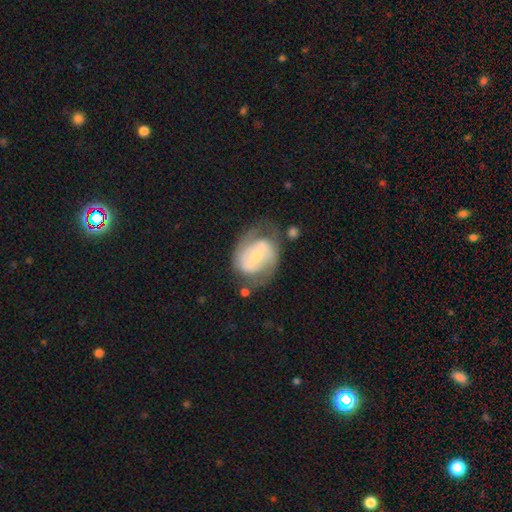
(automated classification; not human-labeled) Smooth or featured? featured or disk (74%)
Edge-on disk? no (97%)
Bar? weak (42%)
Spiral arms? yes (81%)
Spiral winding? medium (43%)
Spiral arm count? 2 (77%)
Bulge size? small (53%)
Merging? none (57%)